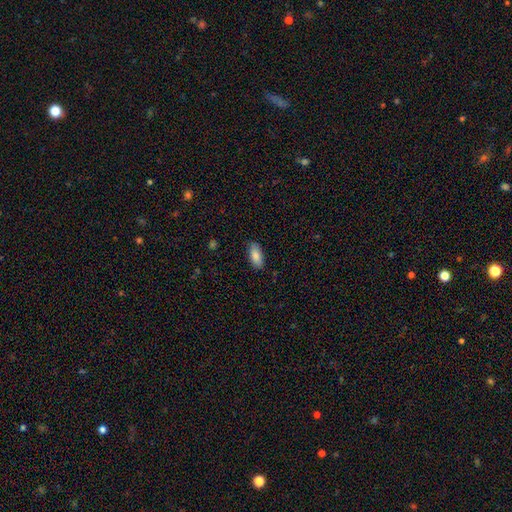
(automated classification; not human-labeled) Smooth or featured?
  - smooth: 85% *
  - featured or disk: 8%
  - star or artifact: 6%
How rounded?
  - in between: 86% *
  - cigar-shaped: 12%
  - round: 2%
Merging?
  - none: 86% *
  - minor disturbance: 11%
  - major disturbance: 2%
  - merger: 1%